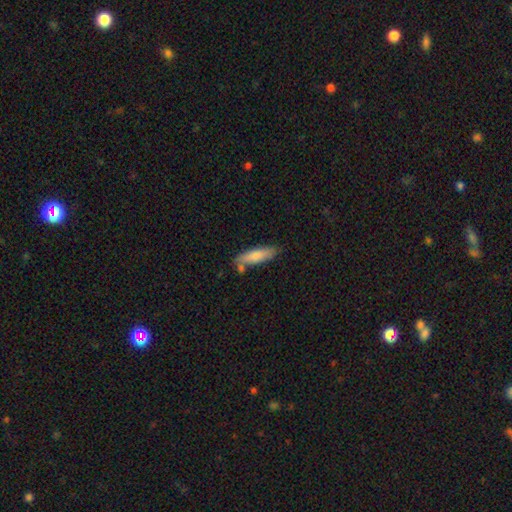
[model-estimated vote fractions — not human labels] A smooth galaxy with no disk features (79%) that is cigar-shaped (64%). Merging: none (71%).